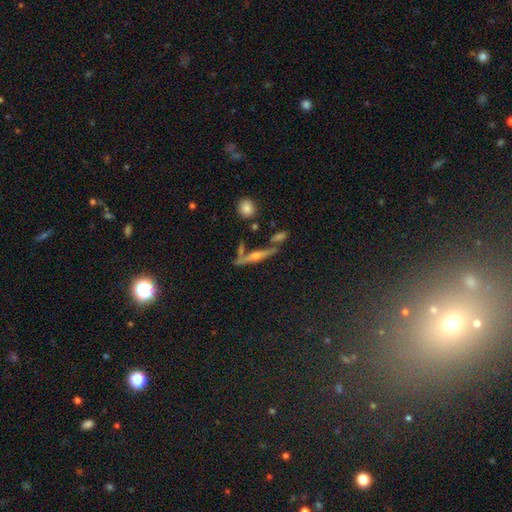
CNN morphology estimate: smooth_or_featured: featured or disk (p=0.68) [alt: smooth p=0.19]
disk_edge_on: yes (p=0.92) [alt: no p=0.08]
edge_on_bulge: rounded (p=0.85) [alt: none p=0.09]
merging: none (p=0.69) [alt: minor disturbance p=0.15]